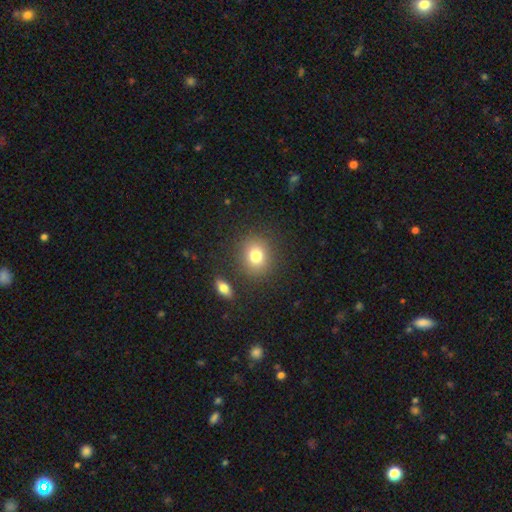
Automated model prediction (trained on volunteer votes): smooth_or_featured: smooth (p=0.79) [alt: star or artifact p=0.11]
how_rounded: round (p=0.71) [alt: in between p=0.28]
merging: none (p=0.84) [alt: minor disturbance p=0.09]